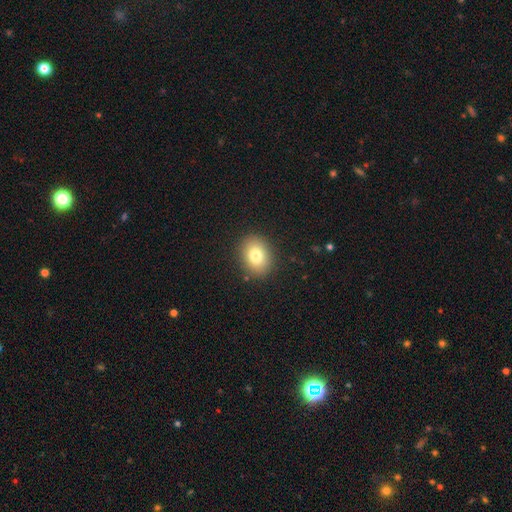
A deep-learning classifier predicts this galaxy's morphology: smooth 80%, featured or disk 10%, star or artifact 10%. Down the decision tree: how rounded — in between (54%); merging — none (89%).